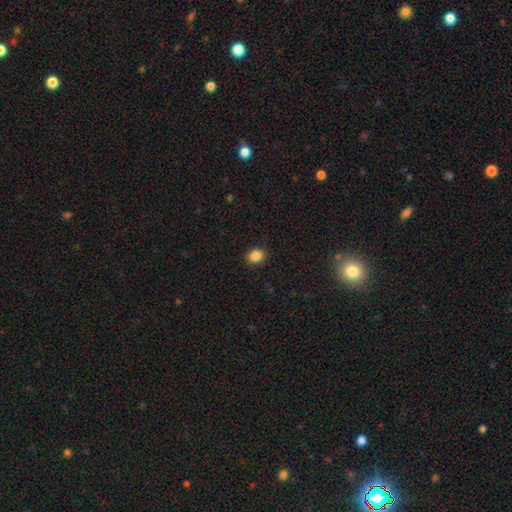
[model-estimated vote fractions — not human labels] Overall: smooth (87%). How rounded: in between (53%; round 47%). Merging: none (89%).